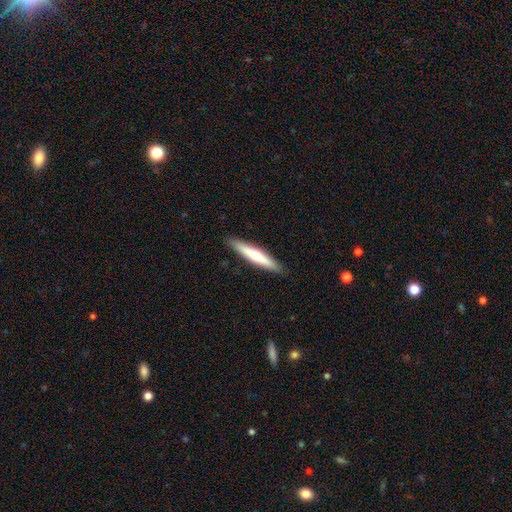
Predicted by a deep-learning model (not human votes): smooth 57%, featured or disk 38%, star or artifact 5%. Down the decision tree: how rounded — cigar-shaped (93%); merging — none (90%).